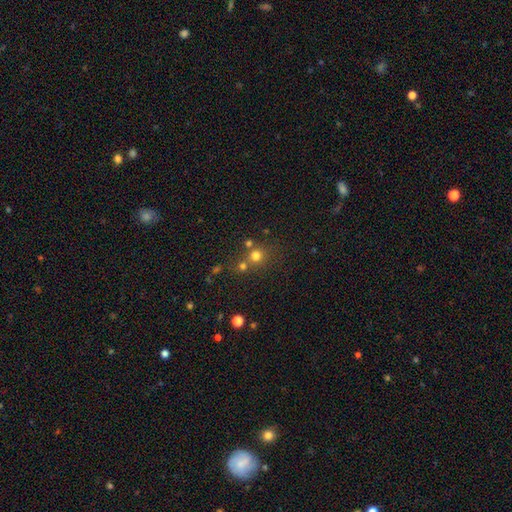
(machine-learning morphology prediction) Q: Smooth or featured?
A: smooth (71%); runner-up: star or artifact (20%)
Q: How rounded?
A: round (89%); runner-up: in between (10%)
Q: Merging?
A: none (59%); runner-up: merger (30%)